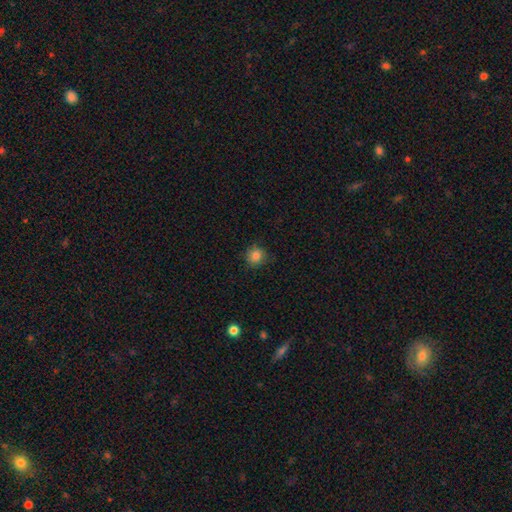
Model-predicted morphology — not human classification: Smooth or featured? Predicted: smooth (p=0.83). How rounded? Predicted: round (p=0.91). Merging? Predicted: none (p=0.82).